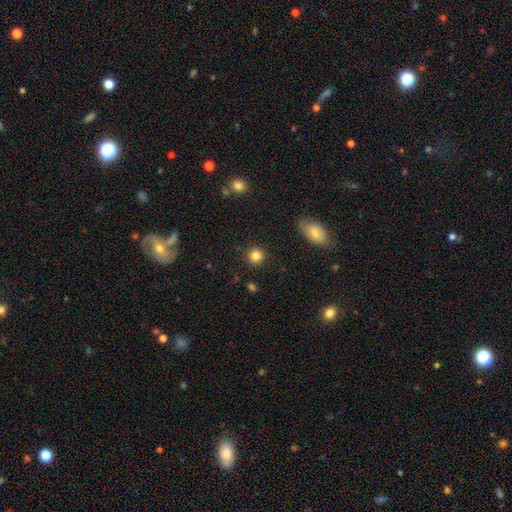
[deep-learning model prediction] Overall: smooth (84%). How rounded: round (92%). Merging: none (89%).